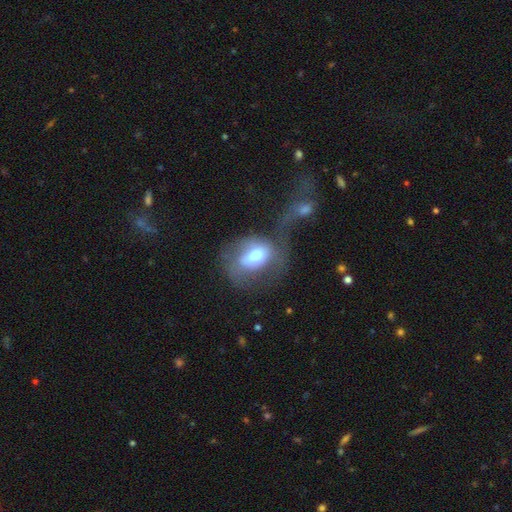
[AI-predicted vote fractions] Smooth or featured?
  - smooth: 57% *
  - featured or disk: 34%
  - star or artifact: 9%
How rounded?
  - in between: 60% *
  - round: 38%
  - cigar-shaped: 2%
Merging?
  - major disturbance: 45% *
  - none: 20%
  - merger: 18%
  - minor disturbance: 16%